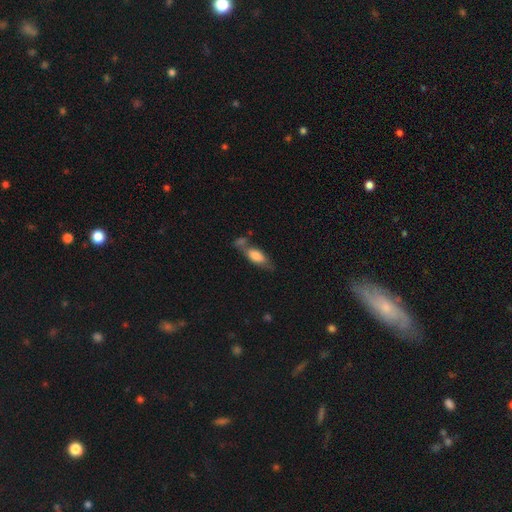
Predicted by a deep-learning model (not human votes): A smooth galaxy with no disk features (70%) that is in between round and cigar-shaped (73%). Merging: none (41%).